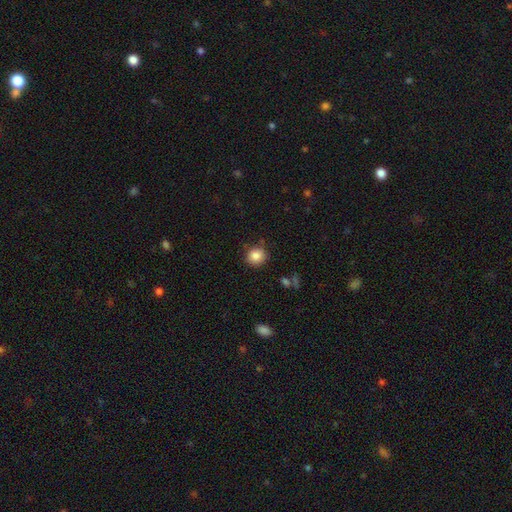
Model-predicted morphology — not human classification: smooth_or_featured: smooth (p=0.85) [alt: star or artifact p=0.10]
how_rounded: round (p=0.85) [alt: in between p=0.14]
merging: none (p=0.85) [alt: minor disturbance p=0.10]